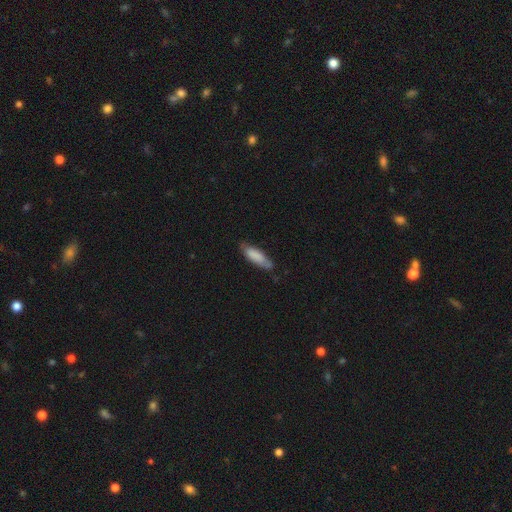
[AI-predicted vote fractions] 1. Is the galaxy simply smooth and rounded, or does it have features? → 79% smooth, 15% featured or disk, 6% star or artifact.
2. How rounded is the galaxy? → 52% in between, 46% cigar-shaped, 2% round.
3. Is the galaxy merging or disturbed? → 64% none, 28% minor disturbance, 5% major disturbance, 2% merger.